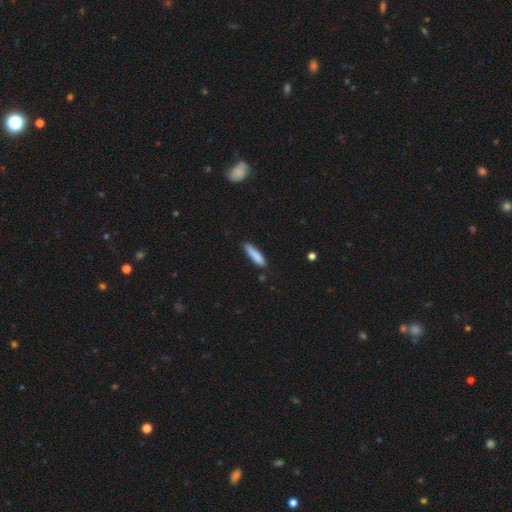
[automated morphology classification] The model was most divided on "how rounded": cigar-shaped: 78%, in between: 21%, round: 1%. More confident: smooth or featured — smooth (85%); merging — none (80%).